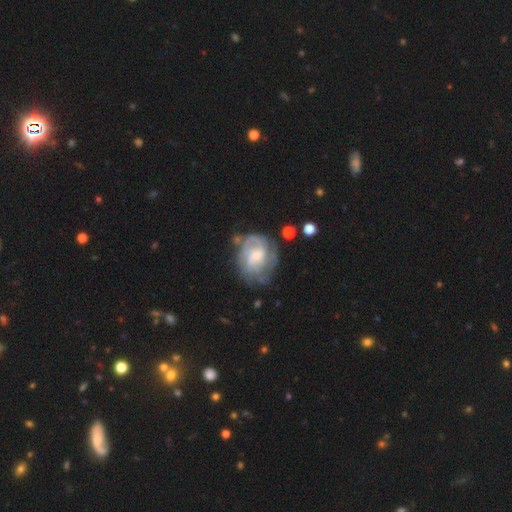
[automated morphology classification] smooth-or-featured: featured or disk: 72% | smooth: 21% | star or artifact: 7%
  disk-edge-on: no: 98% | yes: 2%
    bar: no: 59% | weak: 35% | strong: 6%
    has-spiral-arms: yes: 77% | no: 23%
      spiral-winding: tight: 45% | medium: 37% | loose: 18%
      spiral-arm-count: can't tell: 48% | 2: 21% | 3: 14% | 4: 7% | 1: 5% | more than 4: 4%
    bulge-size: small: 58% | moderate: 30% | none: 7% | large: 4% | dominant: 1%
  merging: none: 55% | minor disturbance: 22% | major disturbance: 18% | merger: 5%